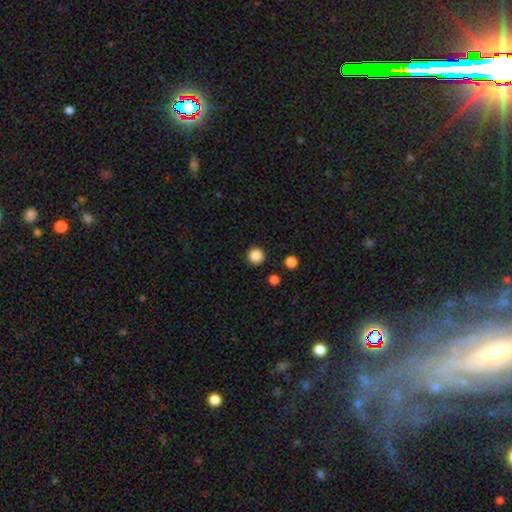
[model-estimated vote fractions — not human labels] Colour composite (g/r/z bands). It shows a smooth galaxy with no disk features (87%) that is round (96%). Merging: none (93%).